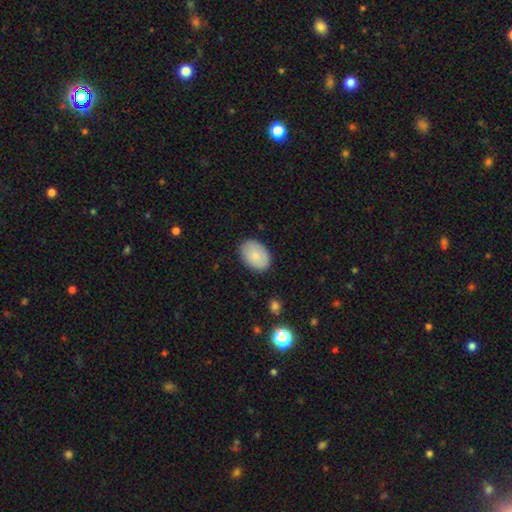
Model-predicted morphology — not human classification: This appears to be a smooth galaxy with no disk features (81%) that is in between round and cigar-shaped (80%). Merging: none (85%).